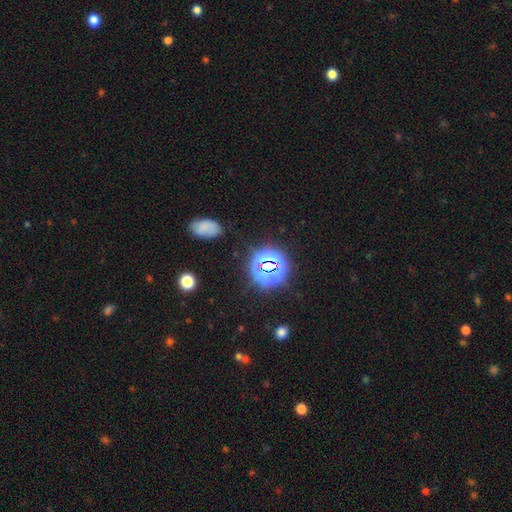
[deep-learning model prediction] star or artifact 75%, smooth 17%, featured or disk 8%.